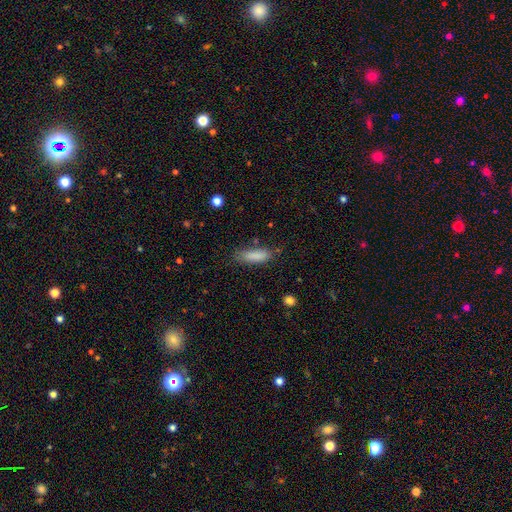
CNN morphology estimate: type=smooth (86%); roundness=in between (55%); merging=none (74%).